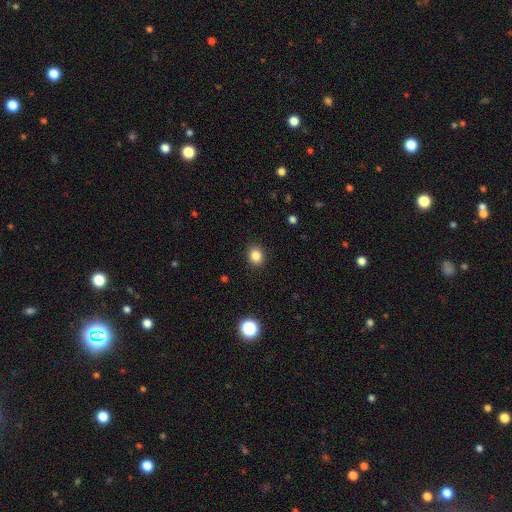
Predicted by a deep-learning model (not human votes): smooth_or_featured: smooth (p=0.85) [alt: star or artifact p=0.11]
how_rounded: round (p=0.70) [alt: in between p=0.29]
merging: none (p=0.90) [alt: minor disturbance p=0.07]